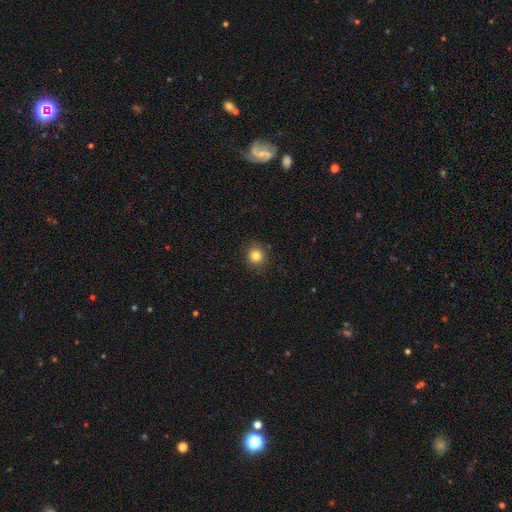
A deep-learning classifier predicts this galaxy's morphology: type=smooth (83%); roundness=round (89%); merging=none (89%).